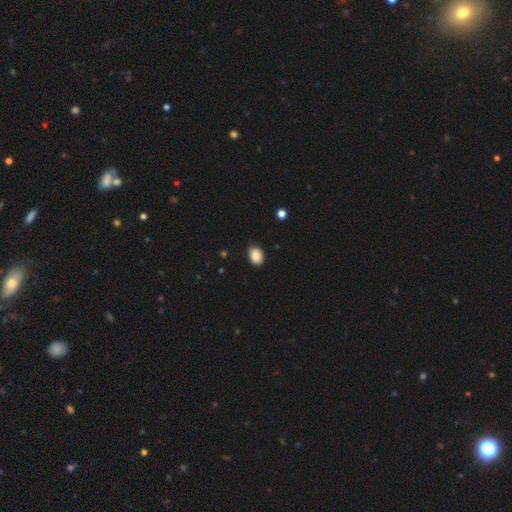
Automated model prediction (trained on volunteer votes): Overall: smooth (89%). How rounded: in between (74%). Merging: none (85%).